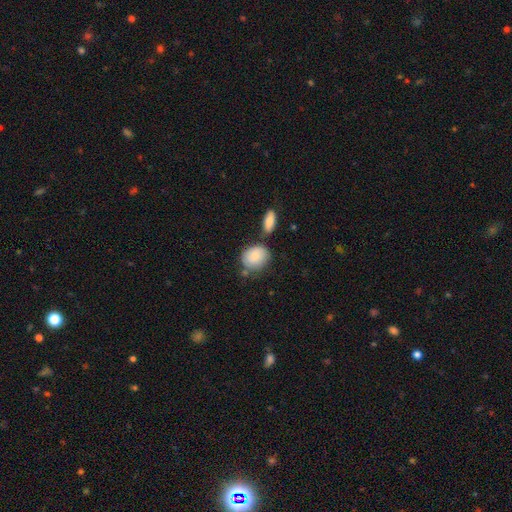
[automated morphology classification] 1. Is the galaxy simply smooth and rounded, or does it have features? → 84% smooth, 10% featured or disk, 6% star or artifact.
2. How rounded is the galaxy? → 51% in between, 48% round, 1% cigar-shaped.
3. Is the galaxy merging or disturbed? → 57% none, 20% minor disturbance, 17% merger, 6% major disturbance.